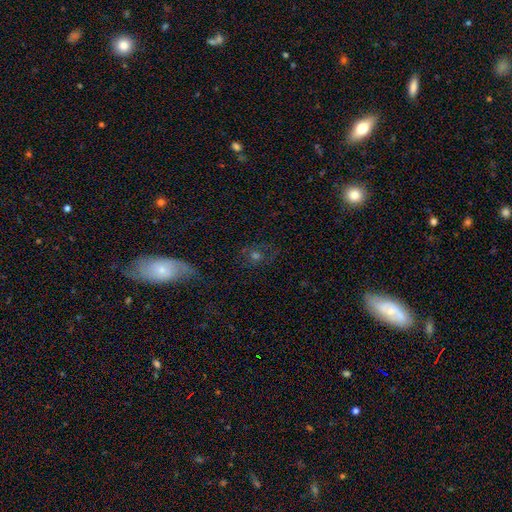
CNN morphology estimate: The model was most divided on "smooth or featured": smooth: 40%, featured or disk: 35%, star or artifact: 25%. More confident: merging — none (63%).